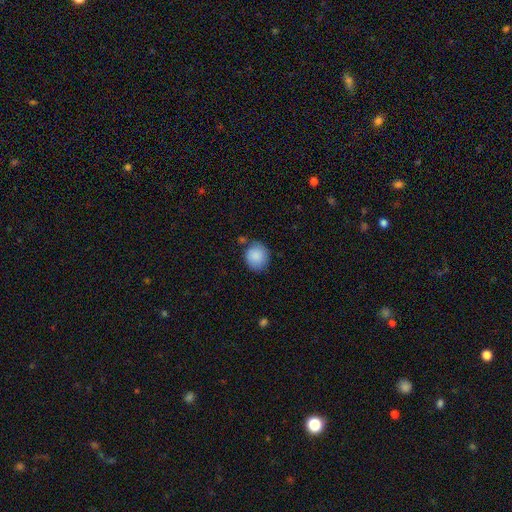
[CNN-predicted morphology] type=smooth (89%); roundness=round (81%); merging=none (75%).